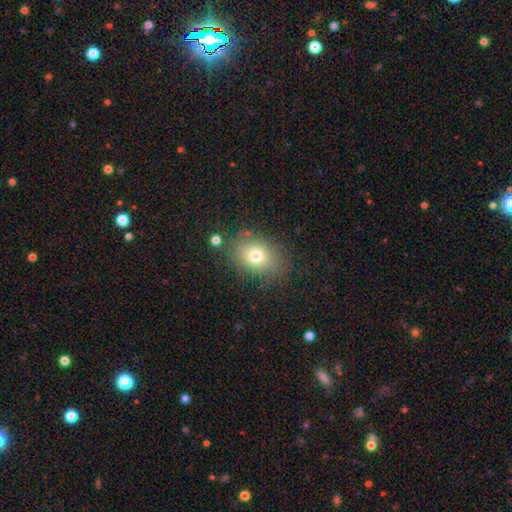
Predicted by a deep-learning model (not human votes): Smooth or featured: smooth — 74% (star or artifact — 13%)
How rounded: in between — 68% (round — 31%)
Merging: none — 80% (minor disturbance — 13%)